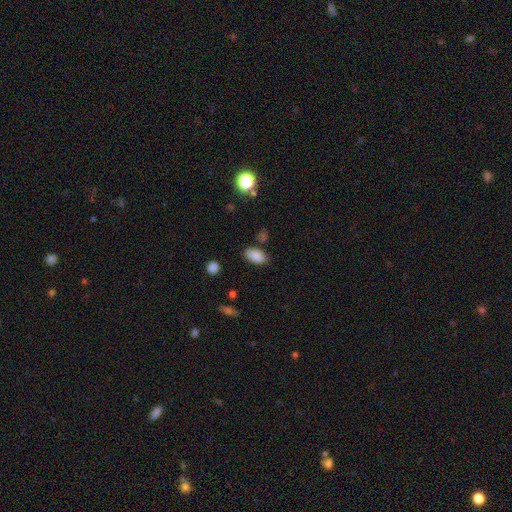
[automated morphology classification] This appears to be a smooth galaxy with no disk features (86%) that is in between round and cigar-shaped (92%). Merging: none (80%).